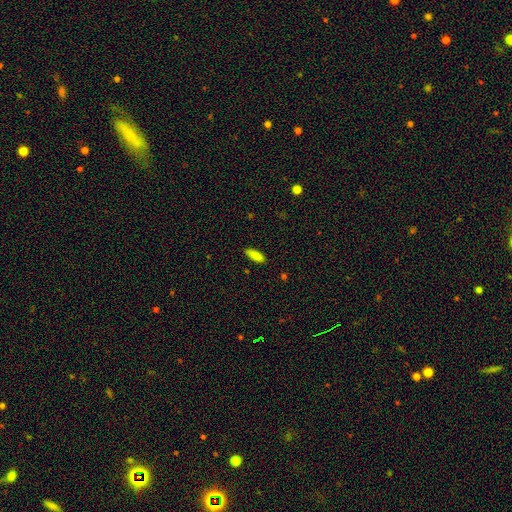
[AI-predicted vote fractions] smooth_or_featured: smooth (p=0.86) [alt: star or artifact p=0.08]
how_rounded: in between (p=0.63) [alt: cigar-shaped p=0.35]
merging: none (p=0.87) [alt: minor disturbance p=0.10]